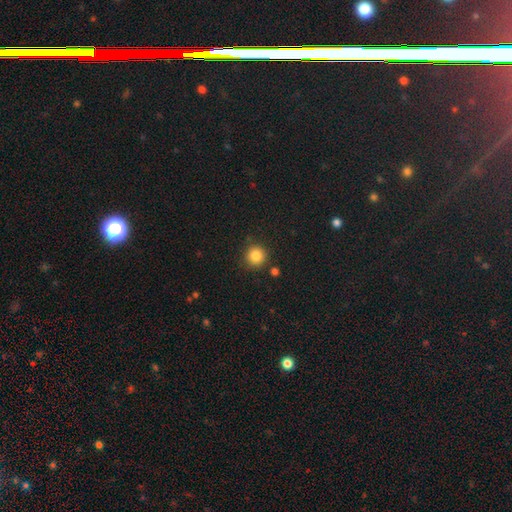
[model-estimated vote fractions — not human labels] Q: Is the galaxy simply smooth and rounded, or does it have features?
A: smooth — 85%.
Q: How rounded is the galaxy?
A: round — 94%.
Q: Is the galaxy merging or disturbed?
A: none — 87%.